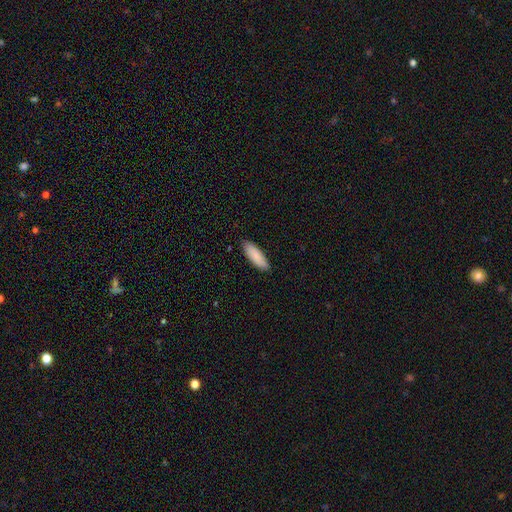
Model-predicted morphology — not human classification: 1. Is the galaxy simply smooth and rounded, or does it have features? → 88% smooth, 7% featured or disk, 5% star or artifact.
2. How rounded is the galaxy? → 60% in between, 38% cigar-shaped, 1% round.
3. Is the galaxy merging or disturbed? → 87% none, 10% minor disturbance, 2% major disturbance, 1% merger.